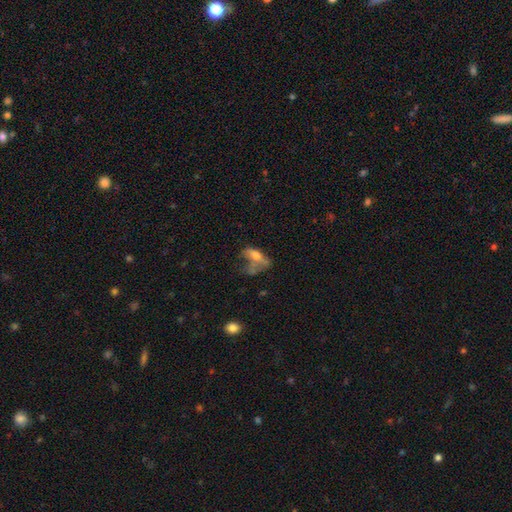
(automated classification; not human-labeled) smooth_or_featured: smooth (p=0.53) [alt: featured or disk p=0.35]
how_rounded: in between (p=0.76) [alt: cigar-shaped p=0.18]
merging: major disturbance (p=0.46) [alt: none p=0.22]